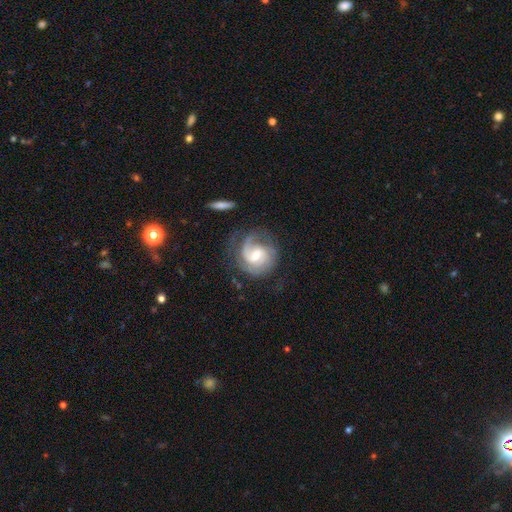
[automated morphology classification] smooth-or-featured: featured or disk: 84% | smooth: 11% | star or artifact: 5%
  disk-edge-on: no: 98% | yes: 2%
    bar: weak: 47% | no: 43% | strong: 10%
    has-spiral-arms: yes: 96% | no: 4%
      spiral-winding: tight: 44% | medium: 41% | loose: 15%
      spiral-arm-count: 2: 52% | can't tell: 17% | 3: 15% | 1: 10% | 4: 3% | more than 4: 3%
    bulge-size: moderate: 48% | small: 46% | large: 3% | none: 1% | dominant: 1%
  merging: none: 63% | minor disturbance: 20% | major disturbance: 15% | merger: 2%